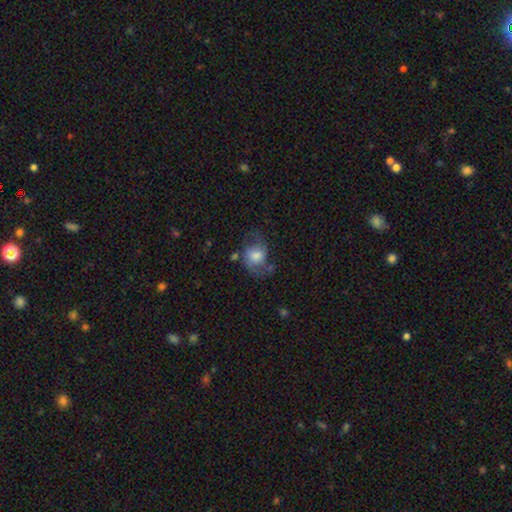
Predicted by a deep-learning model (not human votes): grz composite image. It shows a smooth galaxy with no disk features (54%) that is in between round and cigar-shaped (50%). Merging: none (49%).